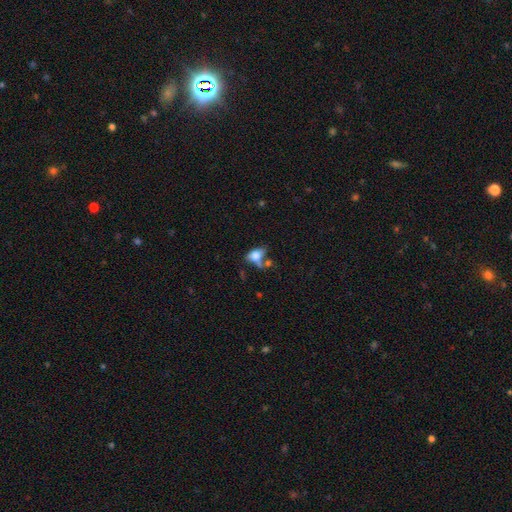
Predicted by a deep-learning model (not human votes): A smooth galaxy with no disk features (69%) that is in between round and cigar-shaped (82%). Merging: none (36%).